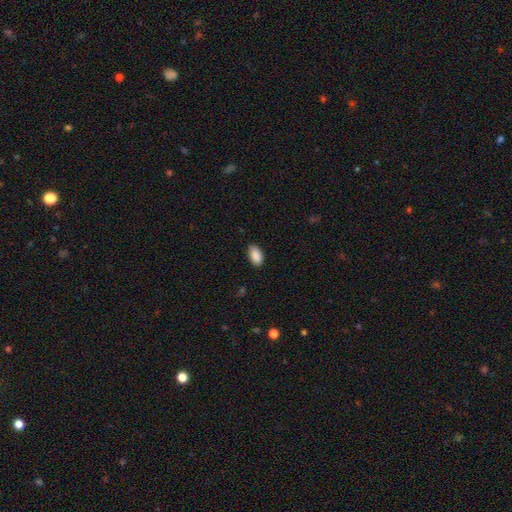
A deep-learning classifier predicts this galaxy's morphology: Overall: smooth (90%). How rounded: in between (94%). Merging: none (87%).